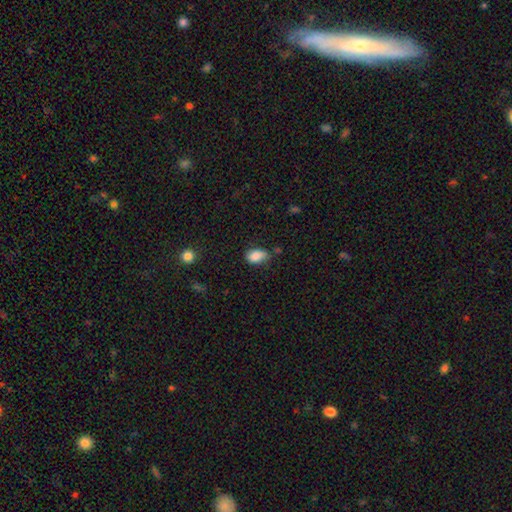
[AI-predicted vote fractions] A smooth galaxy with no disk features (86%) that is in between round and cigar-shaped (89%).

Vote fractions:
- Smooth or featured? smooth: 86% / star or artifact: 8% / featured or disk: 6%
- How rounded? in between: 89% / round: 9% / cigar-shaped: 2%
- Merging? none: 60% / minor disturbance: 30% / major disturbance: 6% / merger: 5%